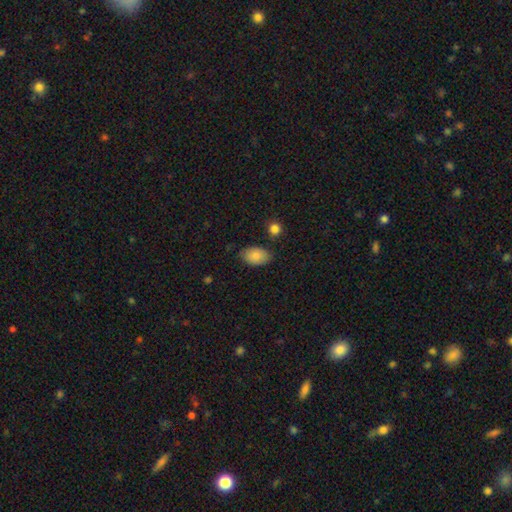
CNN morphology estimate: Smooth or featured? Predicted: smooth (p=0.83). How rounded? Predicted: in between (p=0.90). Merging? Predicted: none (p=0.76).